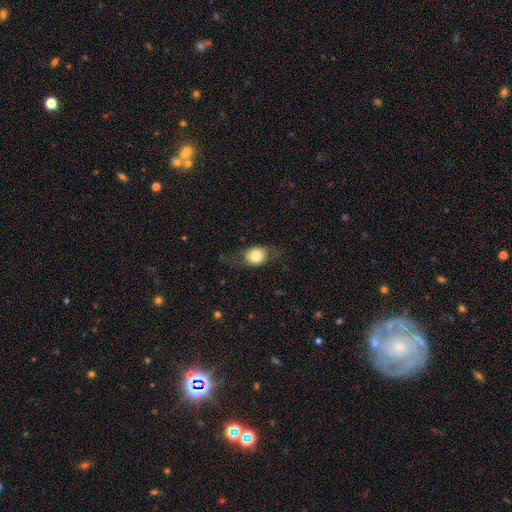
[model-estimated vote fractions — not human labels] A smooth galaxy with no disk features (68%) that is round (55%).

Vote fractions:
- Smooth or featured? smooth: 68% / featured or disk: 23% / star or artifact: 9%
- How rounded? round: 55% / in between: 43% / cigar-shaped: 2%
- Merging? none: 68% / minor disturbance: 19% / major disturbance: 12% / merger: 1%